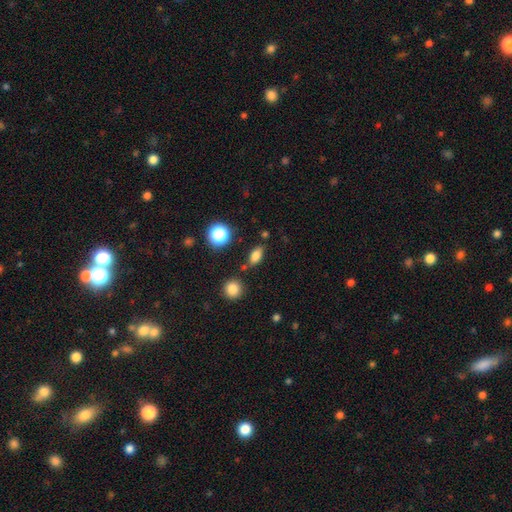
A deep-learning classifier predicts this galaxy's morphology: smooth-or-featured: smooth: 79% | star or artifact: 13% | featured or disk: 8%
  how-rounded: in between: 78% | round: 15% | cigar-shaped: 7%
  merging: none: 79% | minor disturbance: 11% | merger: 6% | major disturbance: 3%